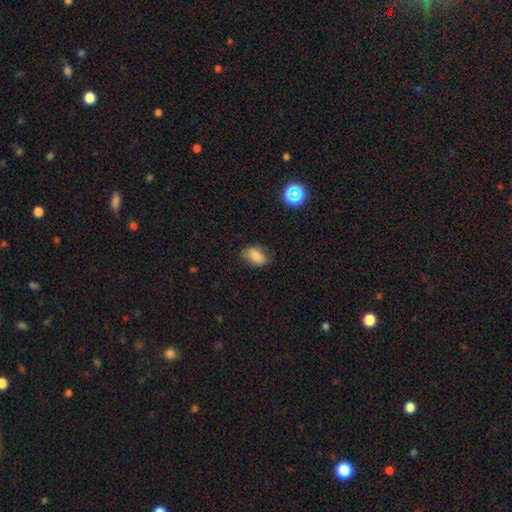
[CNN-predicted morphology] Smooth or featured? Predicted: smooth (p=0.83). How rounded? Predicted: in between (p=0.85). Merging? Predicted: none (p=0.72).